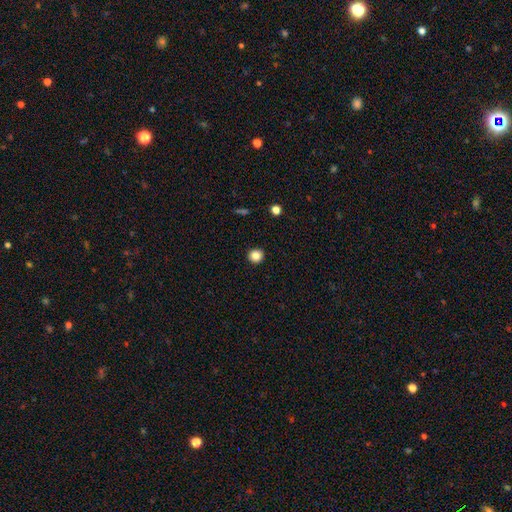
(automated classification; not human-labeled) A smooth galaxy with no disk features (85%) that is round (94%).

Vote fractions:
- Smooth or featured? smooth: 85% / star or artifact: 11% / featured or disk: 5%
- How rounded? round: 94% / in between: 5% / cigar-shaped: 1%
- Merging? none: 93% / minor disturbance: 5% / major disturbance: 2% / merger: 1%